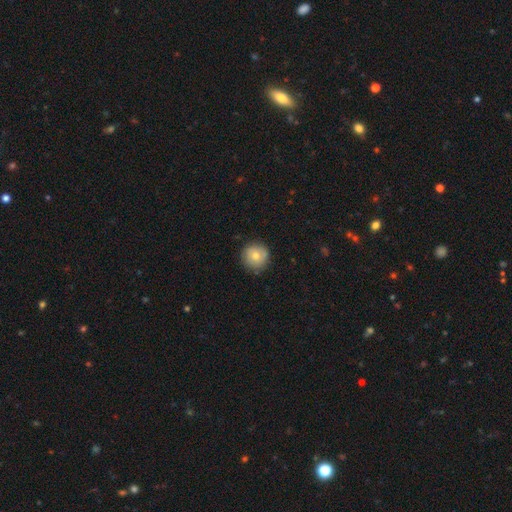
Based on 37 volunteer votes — Overall: smooth (70%). How rounded: round (96%). Merging: none (91%).